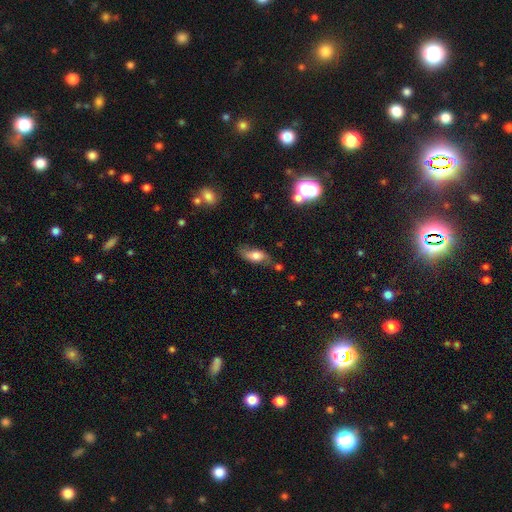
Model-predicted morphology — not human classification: The model was most divided on "smooth or featured": smooth: 62%, featured or disk: 30%, star or artifact: 9%. More confident: how rounded — in between (77%); merging — none (66%).